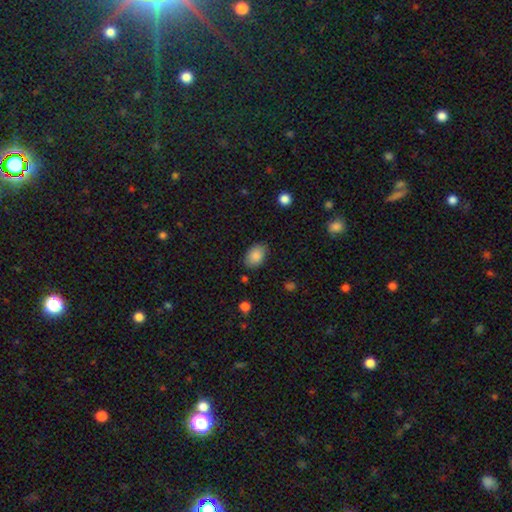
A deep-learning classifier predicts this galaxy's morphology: smooth-or-featured: smooth: 87% | star or artifact: 8% | featured or disk: 5%
  how-rounded: in between: 83% | round: 16% | cigar-shaped: 1%
  merging: none: 81% | minor disturbance: 14% | major disturbance: 3% | merger: 2%